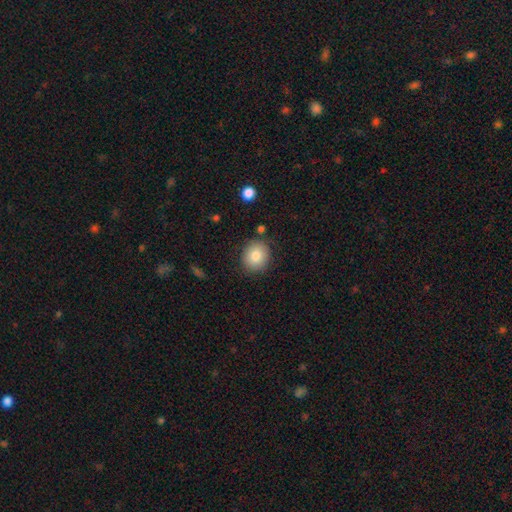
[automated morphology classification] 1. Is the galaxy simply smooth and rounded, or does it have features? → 82% smooth, 9% featured or disk, 9% star or artifact.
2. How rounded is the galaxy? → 76% round, 23% in between, 1% cigar-shaped.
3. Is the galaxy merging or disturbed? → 84% none, 11% minor disturbance, 3% major disturbance, 3% merger.